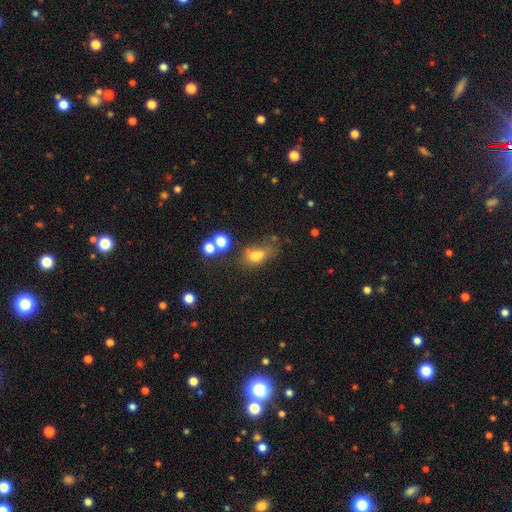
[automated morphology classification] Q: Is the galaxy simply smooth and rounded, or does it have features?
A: smooth — 69%.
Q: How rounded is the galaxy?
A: in between — 72%.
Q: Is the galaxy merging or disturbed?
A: none — 37%.